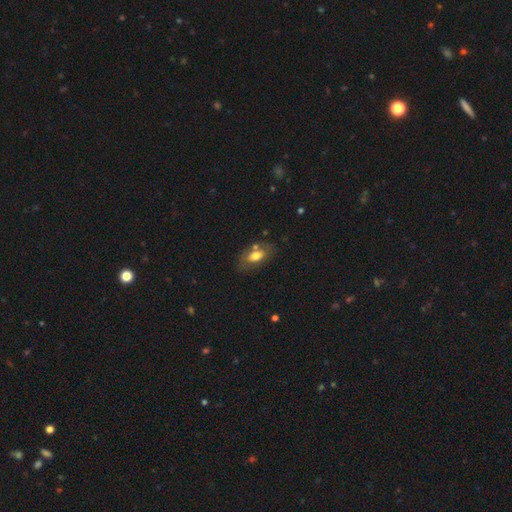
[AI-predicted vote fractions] A smooth galaxy with no disk features (61%) that is in between round and cigar-shaped (89%).

Vote fractions:
- Smooth or featured? smooth: 61% / featured or disk: 31% / star or artifact: 8%
- How rounded? in between: 89% / round: 6% / cigar-shaped: 5%
- Merging? none: 67% / minor disturbance: 19% / merger: 9% / major disturbance: 6%